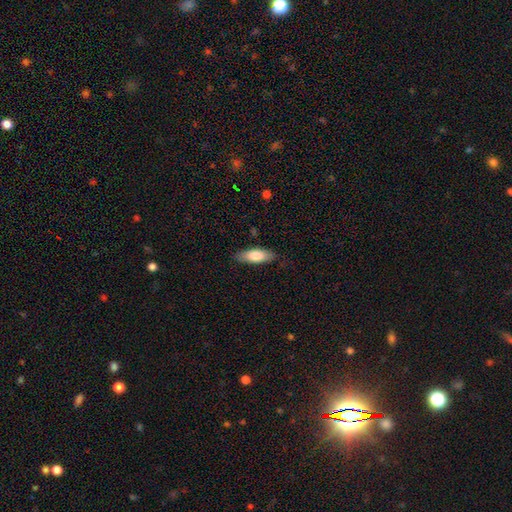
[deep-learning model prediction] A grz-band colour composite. It shows a smooth galaxy with no disk features (79%) that is in between round and cigar-shaped (67%). Merging: none (82%).